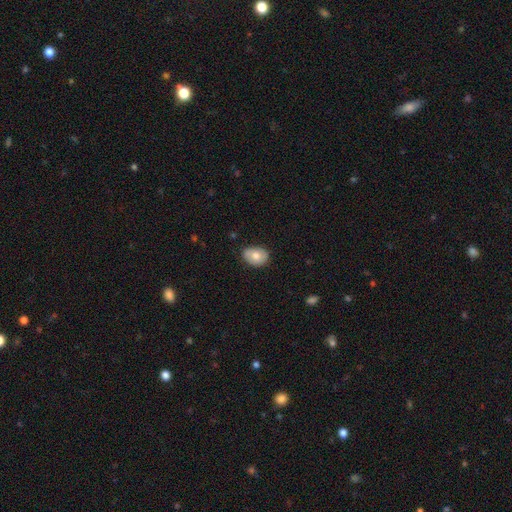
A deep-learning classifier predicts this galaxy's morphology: This is likely a smooth galaxy (72%). How rounded: likely in between (70%). Merging: likely none (77%).